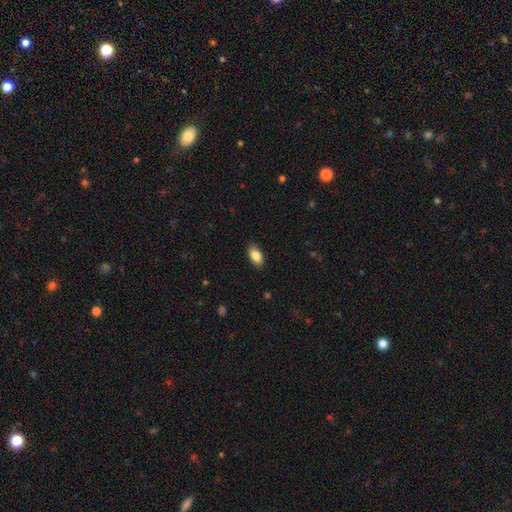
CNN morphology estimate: Smooth or featured? smooth (86%)
How rounded? in between (92%)
Merging? none (87%)